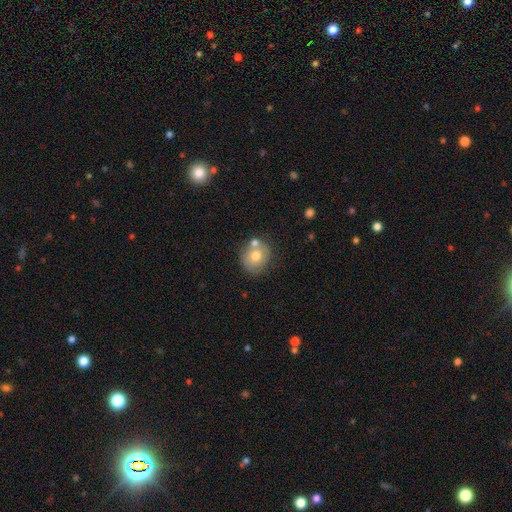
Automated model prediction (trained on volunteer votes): This is likely a smooth galaxy (71%). How rounded: clearly round (80%). Merging: possibly none (59%).